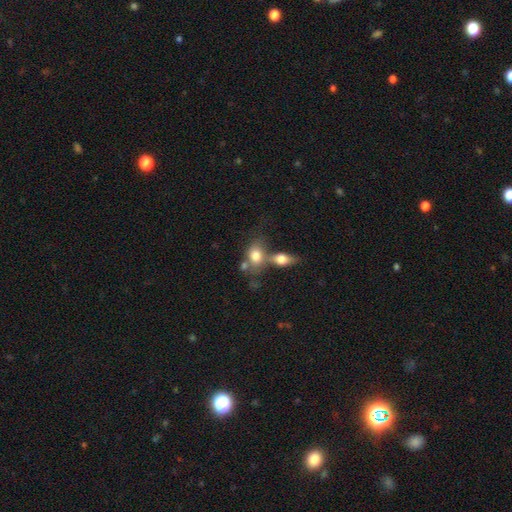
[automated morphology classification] Smooth or featured? Predicted: smooth (p=0.76). How rounded? Predicted: in between (p=0.65). Merging? Predicted: merger (p=0.51).